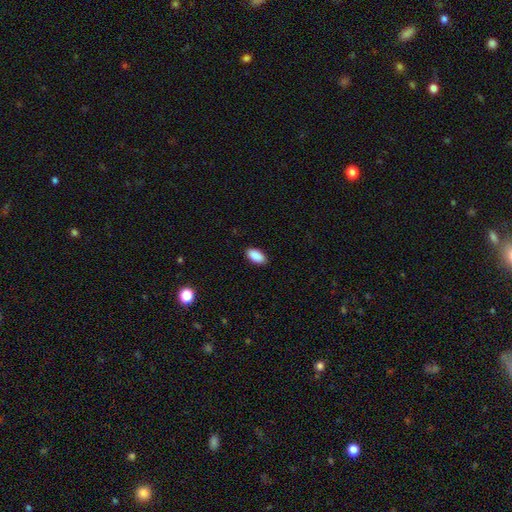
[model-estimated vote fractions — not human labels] Smooth or featured? smooth (91%)
How rounded? in between (95%)
Merging? none (89%)